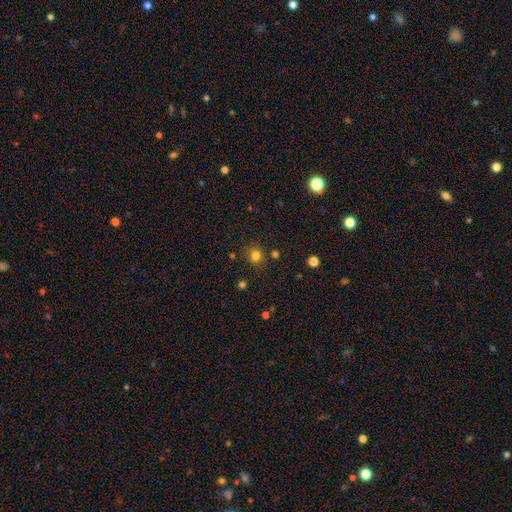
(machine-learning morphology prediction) The model was most divided on "smooth or featured": smooth: 79%, star or artifact: 15%, featured or disk: 6%. More confident: how rounded — round (85%); merging — none (83%).